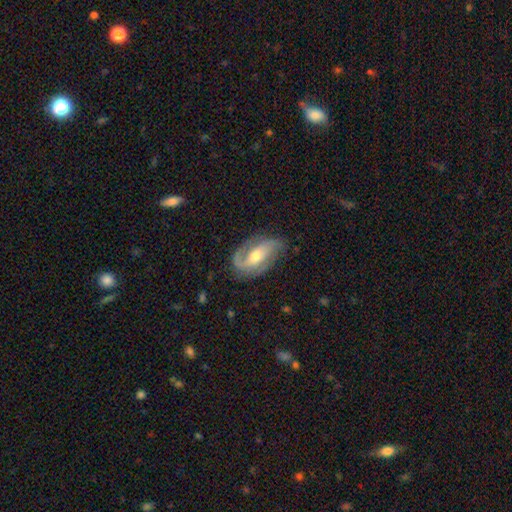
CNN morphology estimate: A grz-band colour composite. It shows a featured or disk galaxy (84%) with a weak bar (40%), 2 (69%) medium (47%) spiral arms (96%) and a moderate central bulge (64%). Merging: none (72%).